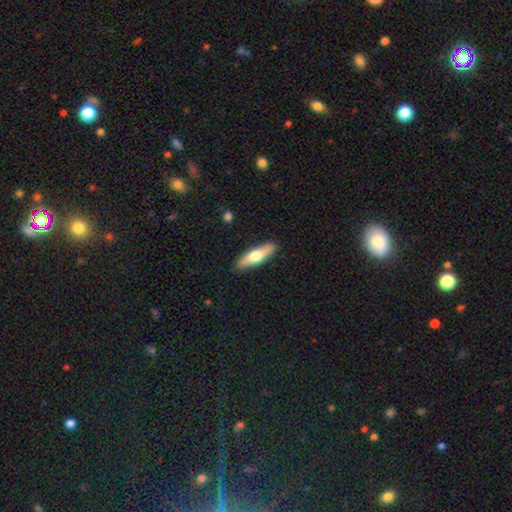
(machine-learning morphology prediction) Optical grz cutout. It shows a smooth galaxy with no disk features (57%) that is cigar-shaped (63%). Merging: none (89%).